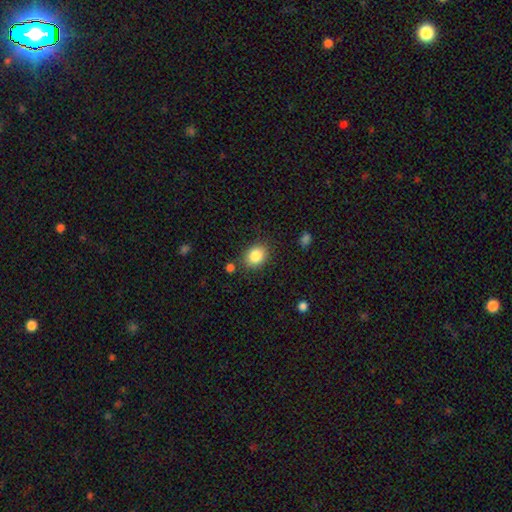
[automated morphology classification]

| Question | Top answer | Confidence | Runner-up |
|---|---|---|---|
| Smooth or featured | smooth | 86% | star or artifact (9%) |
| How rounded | round | 50% | in between (49%) |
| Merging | none | 81% | minor disturbance (12%) |